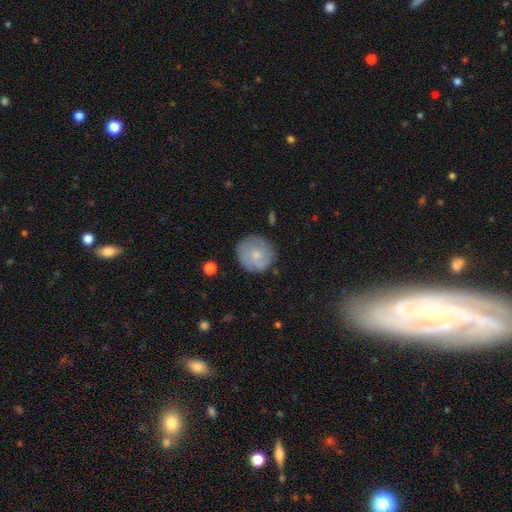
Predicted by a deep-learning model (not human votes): Smooth or featured? Predicted: smooth (p=0.62). How rounded? Predicted: round (p=0.93). Merging? Predicted: none (p=0.78).